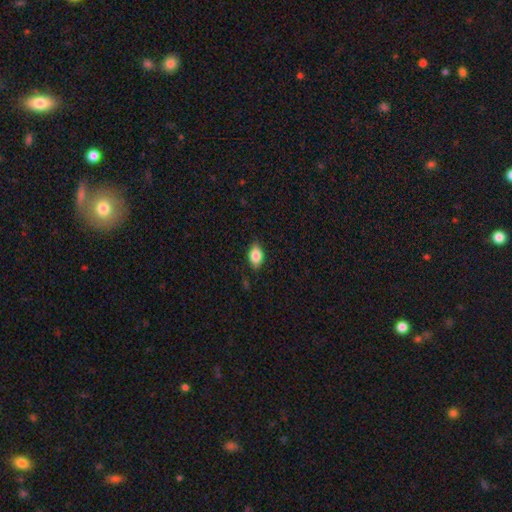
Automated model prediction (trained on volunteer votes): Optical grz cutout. It shows a smooth galaxy with no disk features (81%) that is in between round and cigar-shaped (85%). Merging: none (81%).